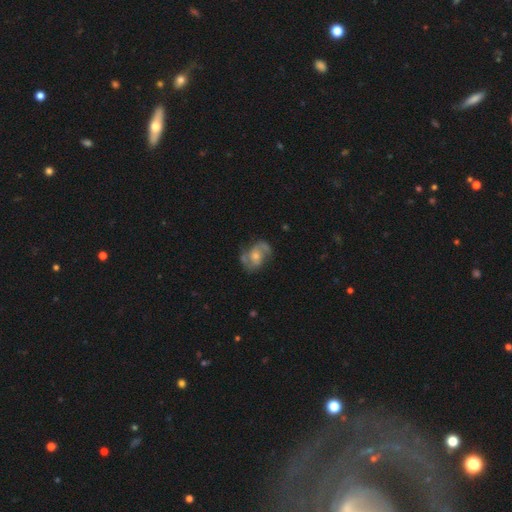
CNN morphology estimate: This is clearly a featured or disk galaxy (80%). It is clearly not viewed edge-on (98%). Bar: possibly no (58%). Spiral arm pattern: clearly yes (93%). Spiral arm count: clearly 2 (87%). Spiral winding: possibly medium (53%). Central bulge: possibly small (49%). Merging: likely none (67%).